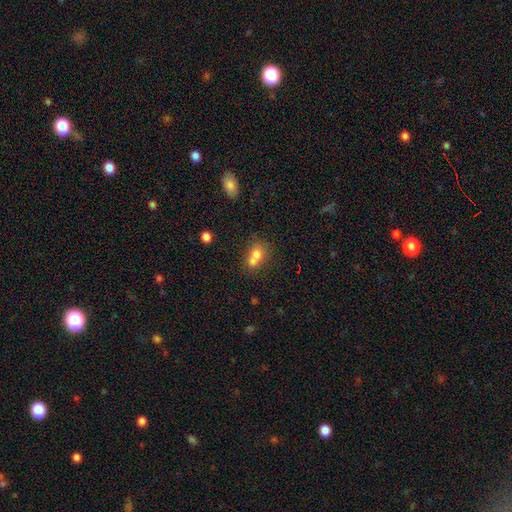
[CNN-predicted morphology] Smooth or featured?
  - smooth: 70% *
  - featured or disk: 18%
  - star or artifact: 12%
How rounded?
  - in between: 50% *
  - round: 48%
  - cigar-shaped: 2%
Merging?
  - merger: 63% *
  - none: 24%
  - minor disturbance: 9%
  - major disturbance: 5%